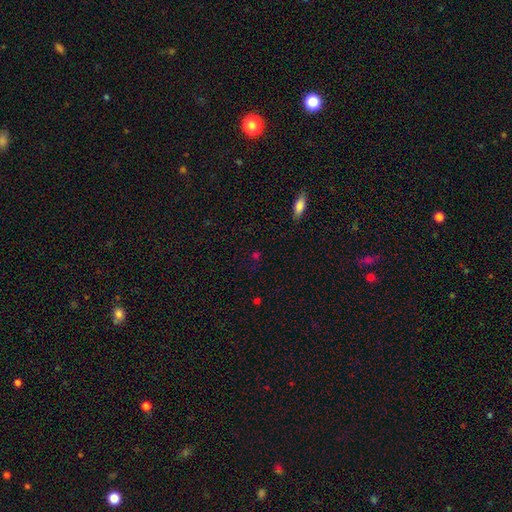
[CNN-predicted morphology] Smooth or featured? smooth (50%)
Merging? none (77%)